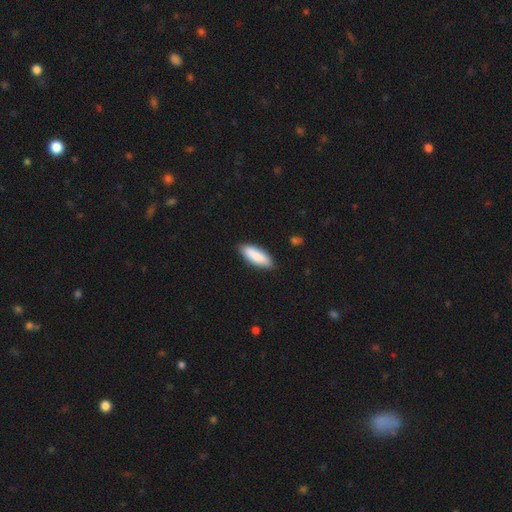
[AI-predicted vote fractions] Morphology: type=smooth (88%); roundness=in between (63%); merging=none (87%).